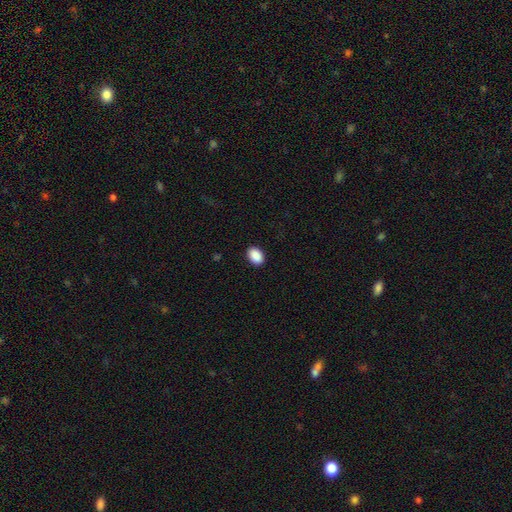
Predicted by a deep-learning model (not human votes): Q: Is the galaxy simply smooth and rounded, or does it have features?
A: smooth — 91%.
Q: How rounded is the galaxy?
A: in between — 84%.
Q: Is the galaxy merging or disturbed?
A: none — 90%.